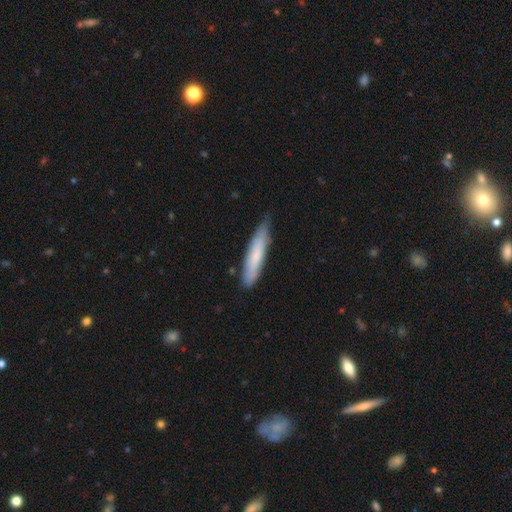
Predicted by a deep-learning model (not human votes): This is likely a smooth galaxy (69%). How rounded: clearly cigar-shaped (88%). Merging: likely none (75%).